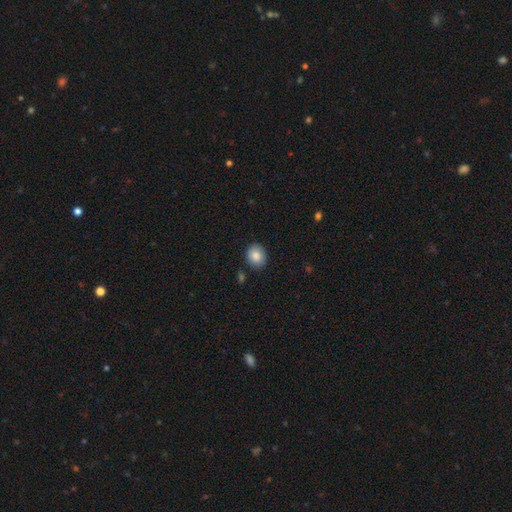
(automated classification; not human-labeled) Q: Smooth or featured?
A: smooth (86%); runner-up: star or artifact (8%)
Q: How rounded?
A: round (62%); runner-up: in between (37%)
Q: Merging?
A: none (87%); runner-up: minor disturbance (9%)